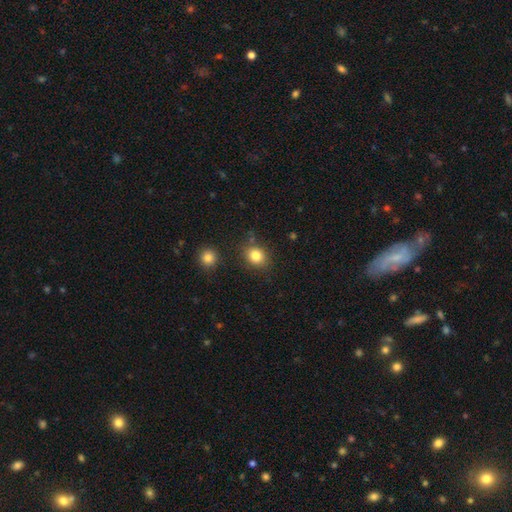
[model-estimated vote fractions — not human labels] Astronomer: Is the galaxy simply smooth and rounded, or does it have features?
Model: smooth — 83%.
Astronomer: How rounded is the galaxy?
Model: round — 62%.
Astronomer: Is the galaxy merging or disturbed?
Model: none — 80%.